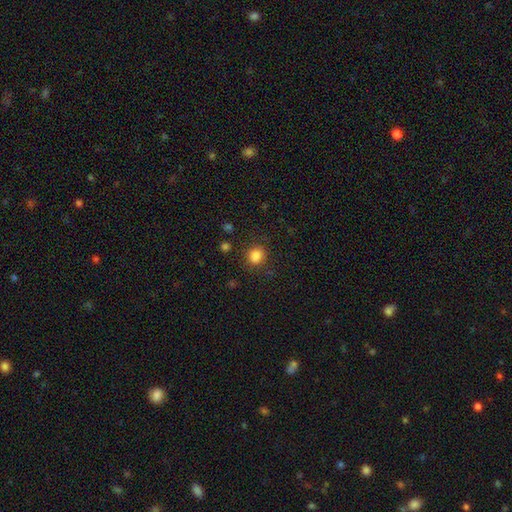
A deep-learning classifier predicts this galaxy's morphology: Smooth or featured: smooth — 85% (star or artifact — 11%)
How rounded: round — 80% (in between — 19%)
Merging: none — 83% (minor disturbance — 10%)